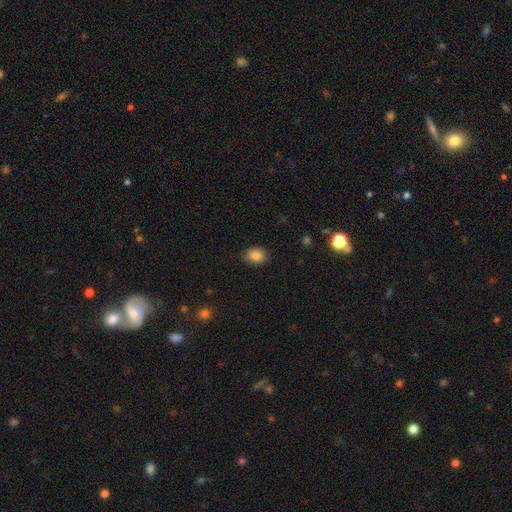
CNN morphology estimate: Smooth or featured?
  - smooth: 85% *
  - star or artifact: 9%
  - featured or disk: 5%
How rounded?
  - in between: 59% *
  - round: 39%
  - cigar-shaped: 1%
Merging?
  - none: 85% *
  - minor disturbance: 11%
  - major disturbance: 3%
  - merger: 1%